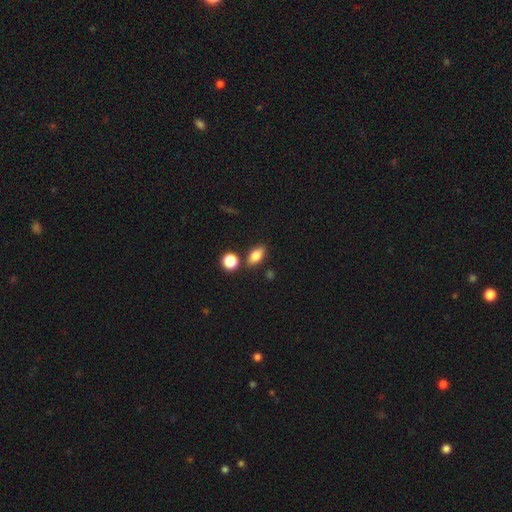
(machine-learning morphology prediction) A smooth galaxy with no disk features (80%) that is in between round and cigar-shaped (81%). Merging: none (79%).